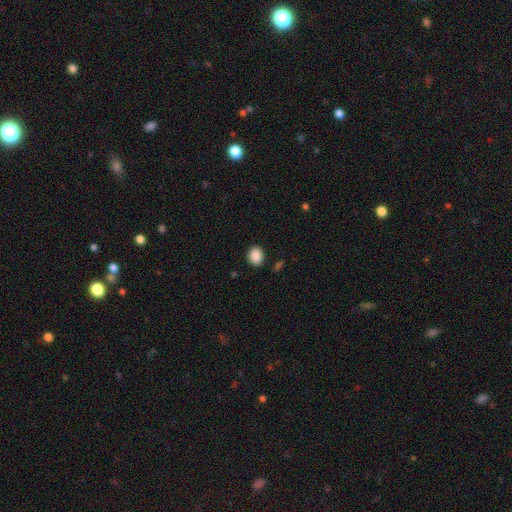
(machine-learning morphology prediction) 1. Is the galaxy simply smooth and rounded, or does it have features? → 89% smooth, 8% star or artifact, 3% featured or disk.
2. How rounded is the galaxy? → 53% round, 46% in between, 1% cigar-shaped.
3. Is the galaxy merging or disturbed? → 87% none, 9% minor disturbance, 3% major disturbance, 2% merger.